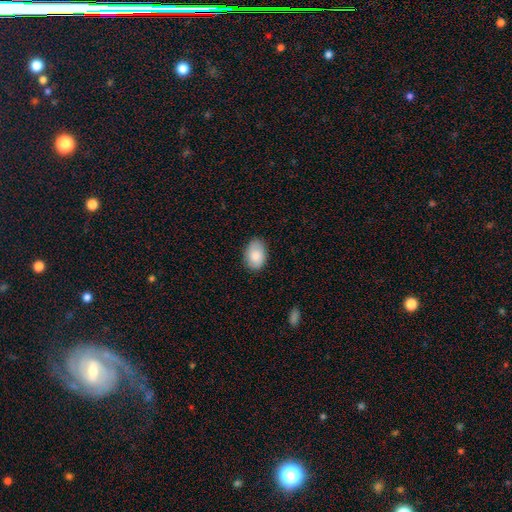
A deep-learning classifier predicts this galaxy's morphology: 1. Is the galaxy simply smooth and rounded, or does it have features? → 84% smooth, 9% featured or disk, 6% star or artifact.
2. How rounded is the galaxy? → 85% in between, 14% round, 1% cigar-shaped.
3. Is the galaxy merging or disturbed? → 81% none, 16% minor disturbance, 3% major disturbance, 1% merger.